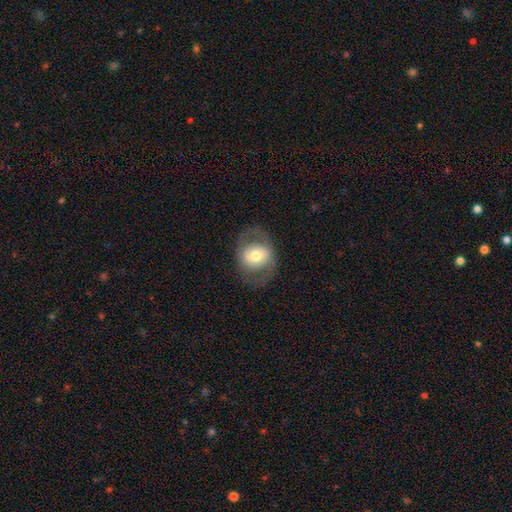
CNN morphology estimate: A smooth galaxy with no disk features (47%). Merging: none (73%).